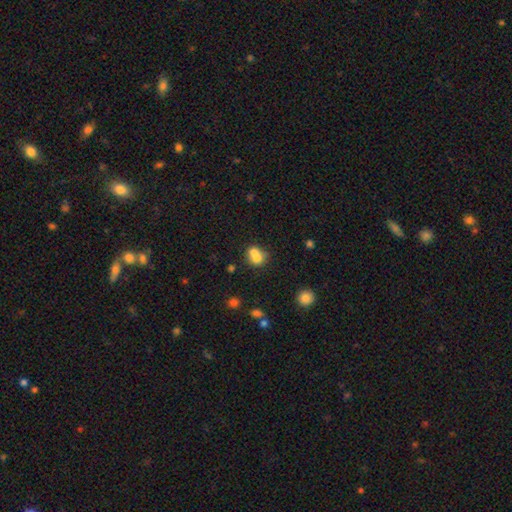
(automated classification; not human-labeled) smooth 70%, featured or disk 19%, star or artifact 11%. Down the decision tree: how rounded — round (70%); merging — merger (61%).